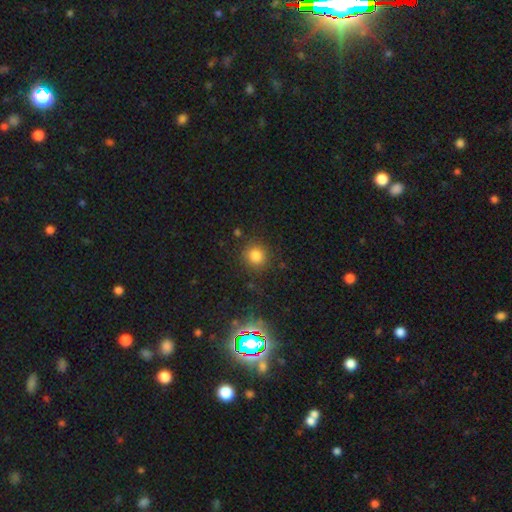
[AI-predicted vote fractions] This is likely a smooth galaxy (79%). How rounded: clearly round (90%). Merging: clearly none (85%).